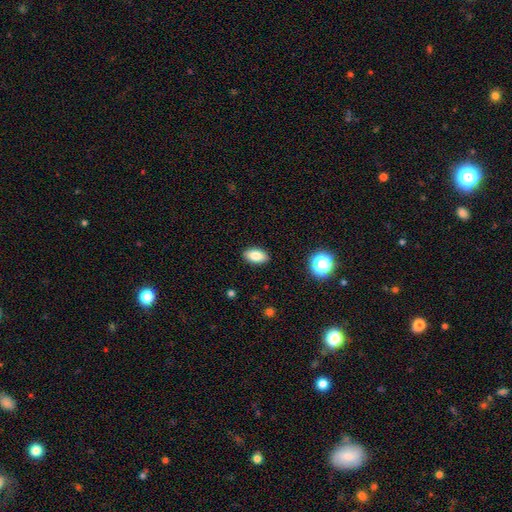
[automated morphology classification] The model was most divided on "smooth or featured": smooth: 83%, star or artifact: 9%, featured or disk: 8%. More confident: how rounded — in between (91%); merging — none (89%).